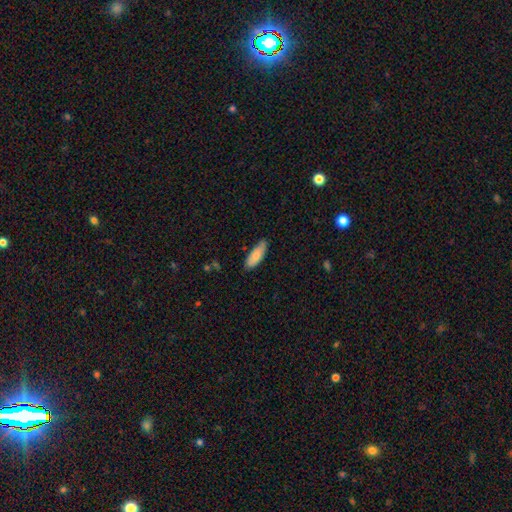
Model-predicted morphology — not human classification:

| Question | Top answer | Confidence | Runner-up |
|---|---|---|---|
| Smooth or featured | smooth | 84% | featured or disk (10%) |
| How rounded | in between | 65% | cigar-shaped (34%) |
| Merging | none | 76% | minor disturbance (20%) |